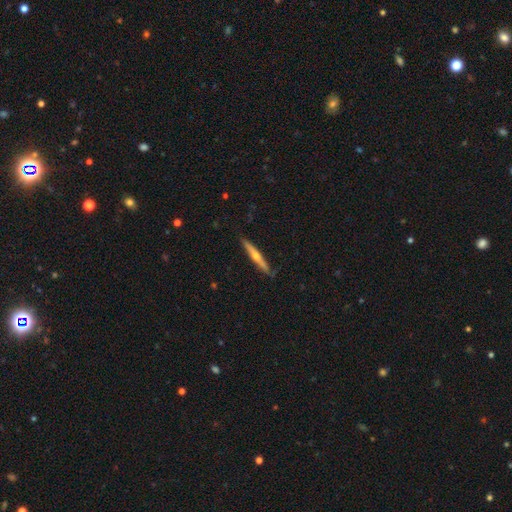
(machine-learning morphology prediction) The model was most divided on "smooth or featured": featured or disk: 65%, smooth: 29%, star or artifact: 6%. More confident: edge-on disk — yes (97%); edge-on bulge — rounded (86%); merging — none (86%).